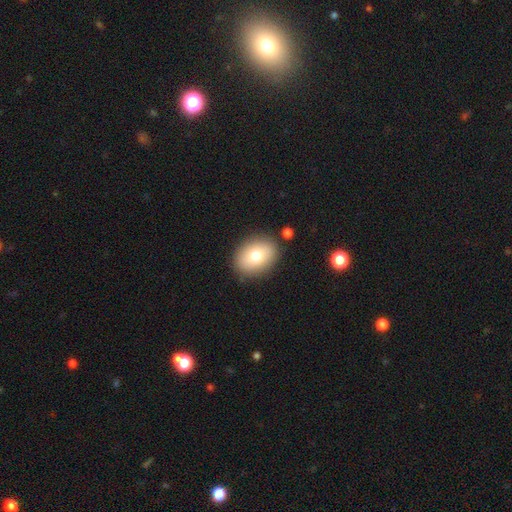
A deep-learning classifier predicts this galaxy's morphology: Smooth or featured?
  - smooth: 78% *
  - featured or disk: 14%
  - star or artifact: 8%
How rounded?
  - in between: 74% *
  - round: 25%
  - cigar-shaped: 1%
Merging?
  - none: 85% *
  - minor disturbance: 9%
  - merger: 3%
  - major disturbance: 3%